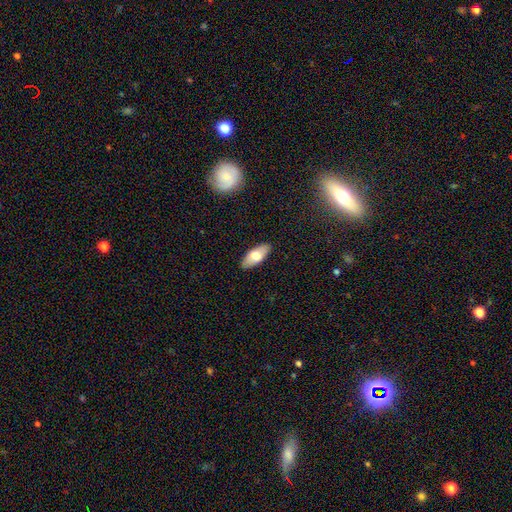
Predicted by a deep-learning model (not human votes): Morphology: type=smooth (70%); roundness=in between (84%); merging=none (89%).